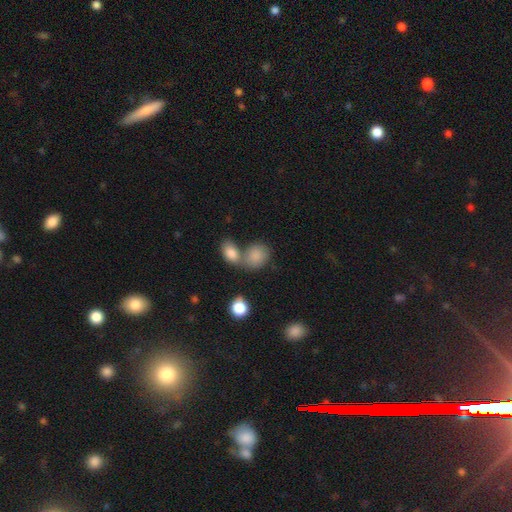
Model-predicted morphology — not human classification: Smooth or featured? Predicted: smooth (p=0.83). How rounded? Predicted: in between (p=0.57). Merging? Predicted: merger (p=0.47).